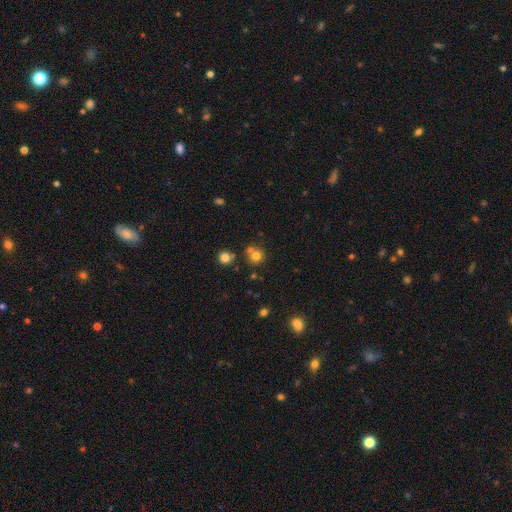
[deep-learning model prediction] smooth 76%, star or artifact 16%, featured or disk 9%. Down the decision tree: how rounded — round (90%); merging — none (63%).